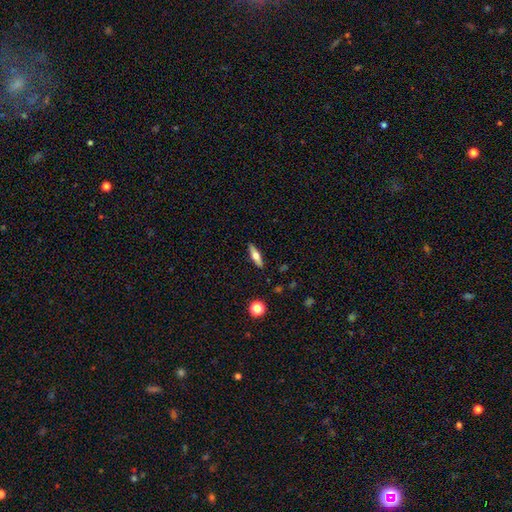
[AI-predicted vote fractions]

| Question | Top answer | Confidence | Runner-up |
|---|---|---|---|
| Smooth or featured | smooth | 50% | featured or disk (43%) |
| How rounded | cigar-shaped | 60% | in between (36%) |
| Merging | none | 89% | minor disturbance (8%) |